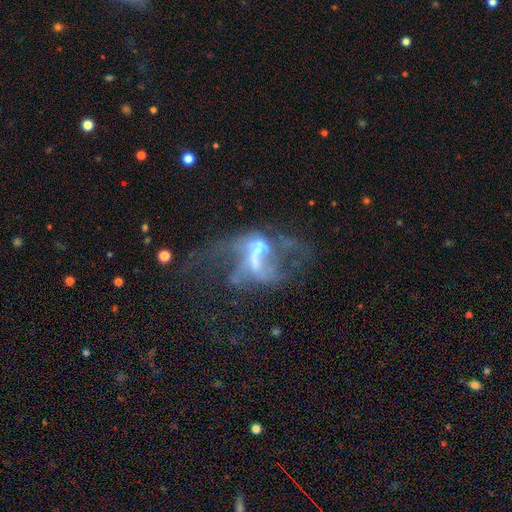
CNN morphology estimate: A featured or disk galaxy (73%) with no bar (43%), spiral arms (50%, tied with no) and a small central bulge (32%).

Vote fractions:
- Smooth or featured? featured or disk: 73% / star or artifact: 14% / smooth: 13%
- Edge-on disk? no: 96% / yes: 4%
- Bar? no: 43% / weak: 32% / strong: 25%
- Spiral arms? yes: 50% (tied) / no: 50% (tied)
- Bulge size? small: 32% / moderate: 30% / none: 27% / large: 8% / dominant: 2%
- Merging? major disturbance: 45% / merger: 25% / none: 19% / minor disturbance: 10%